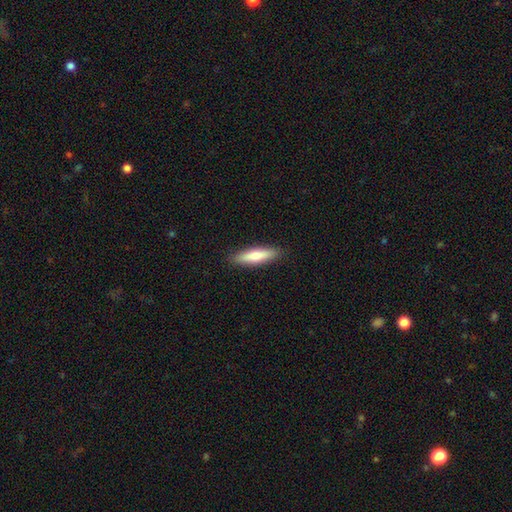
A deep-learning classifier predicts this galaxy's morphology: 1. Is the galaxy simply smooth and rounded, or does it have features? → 71% smooth, 24% featured or disk, 5% star or artifact.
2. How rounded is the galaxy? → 76% cigar-shaped, 23% in between, 1% round.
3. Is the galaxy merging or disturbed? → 90% none, 8% minor disturbance, 2% major disturbance, 1% merger.